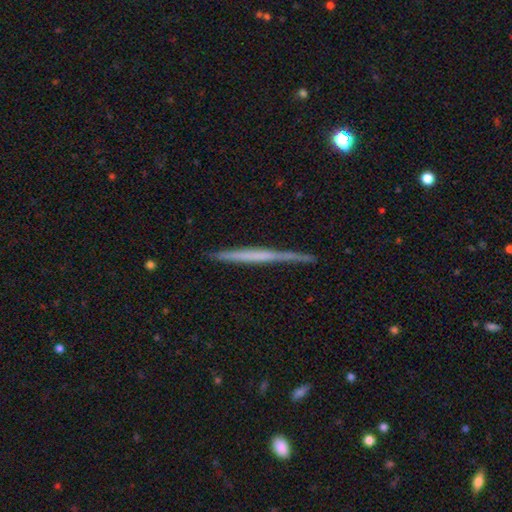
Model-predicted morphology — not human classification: type=featured or disk (58%); edge-on=yes (98%); edge-on bulge=none (86%); merging=none (87%).